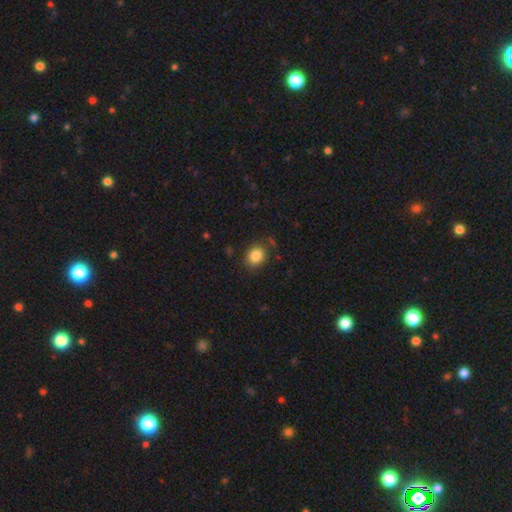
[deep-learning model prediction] A smooth galaxy with no disk features (85%) that is round (58%).

Vote fractions:
- Smooth or featured? smooth: 85% / star or artifact: 10% / featured or disk: 5%
- How rounded? round: 58% / in between: 41% / cigar-shaped: 1%
- Merging? none: 82% / minor disturbance: 12% / major disturbance: 4% / merger: 3%